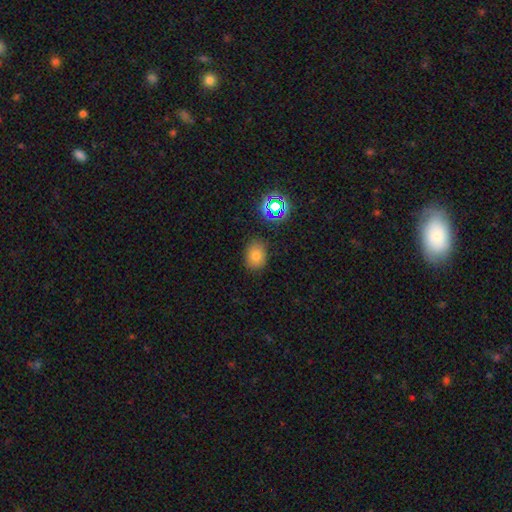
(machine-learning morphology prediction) Overall: smooth (75%). How rounded: in between (56%; round 43%). Merging: none (83%).